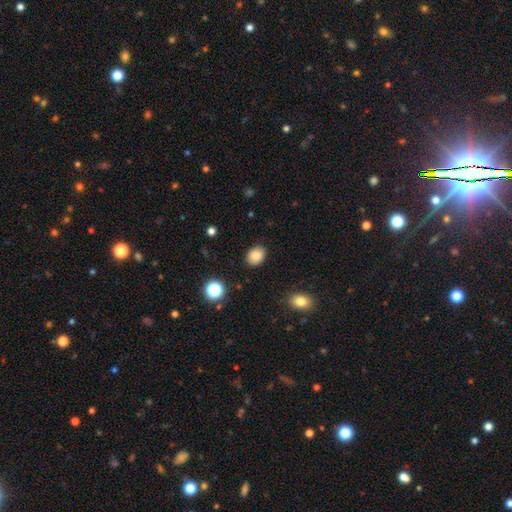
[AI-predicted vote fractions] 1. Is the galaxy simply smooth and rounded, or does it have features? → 85% smooth, 10% star or artifact, 5% featured or disk.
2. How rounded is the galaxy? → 56% in between, 43% round, 1% cigar-shaped.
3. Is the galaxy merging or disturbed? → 88% none, 9% minor disturbance, 2% major disturbance, 1% merger.